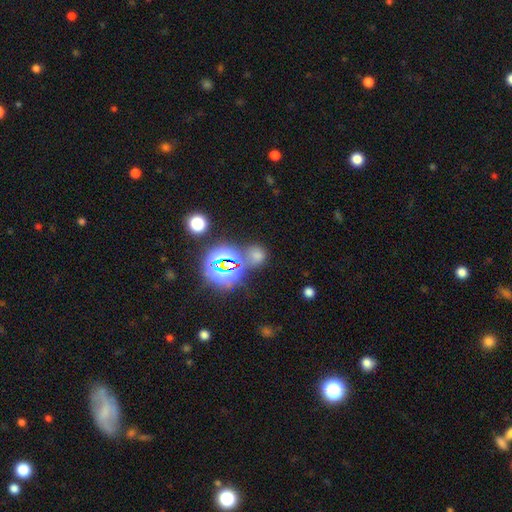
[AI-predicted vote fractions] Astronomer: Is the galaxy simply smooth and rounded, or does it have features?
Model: smooth — 49% (runner-up: star or artifact, 43%).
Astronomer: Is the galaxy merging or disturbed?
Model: none — 60%.